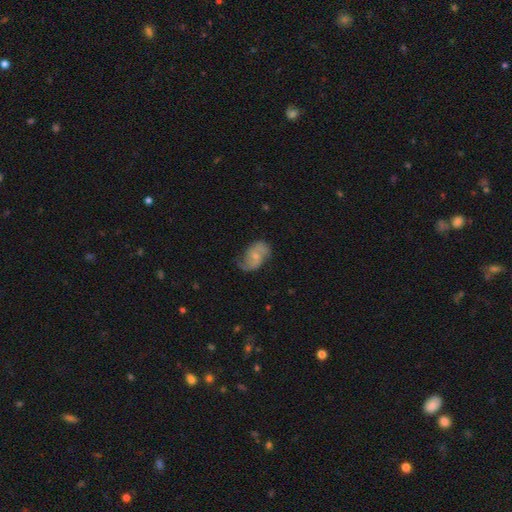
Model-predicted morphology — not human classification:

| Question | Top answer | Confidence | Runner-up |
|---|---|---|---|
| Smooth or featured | featured or disk | 73% | smooth (21%) |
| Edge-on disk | no | 97% | yes (3%) |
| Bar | no | 57% | weak (35%) |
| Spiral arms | yes | 91% | no (9%) |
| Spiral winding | loose | 44% | medium (41%) |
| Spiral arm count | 2 | 85% | can't tell (6%) |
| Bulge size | small | 62% | moderate (28%) |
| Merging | none | 64% | minor disturbance (23%) |